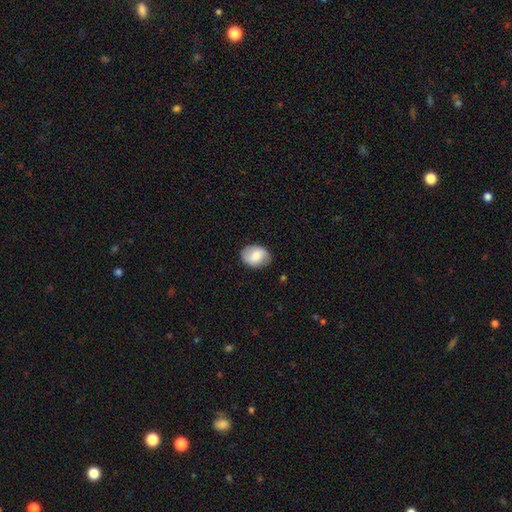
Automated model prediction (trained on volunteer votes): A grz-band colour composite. It shows a smooth galaxy with no disk features (65%) that is in between round and cigar-shaped (64%). Merging: none (81%).